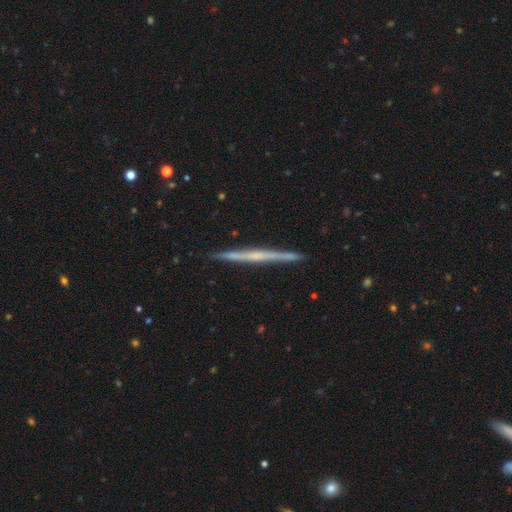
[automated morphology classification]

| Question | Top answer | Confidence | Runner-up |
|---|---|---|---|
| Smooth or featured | featured or disk | 69% | smooth (25%) |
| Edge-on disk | yes | 98% | no (2%) |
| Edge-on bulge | none | 63% | rounded (30%) |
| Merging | none | 91% | minor disturbance (7%) |